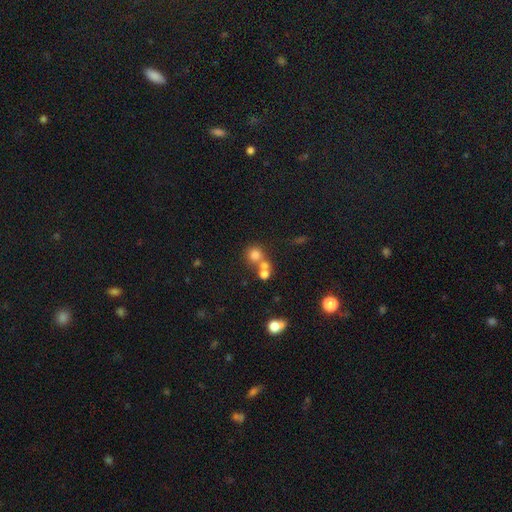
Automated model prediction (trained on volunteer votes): Smooth or featured?
  - smooth: 67% *
  - star or artifact: 21%
  - featured or disk: 13%
How rounded?
  - round: 89% *
  - in between: 10%
  - cigar-shaped: 1%
Merging?
  - none: 51% *
  - merger: 39%
  - minor disturbance: 7%
  - major disturbance: 3%